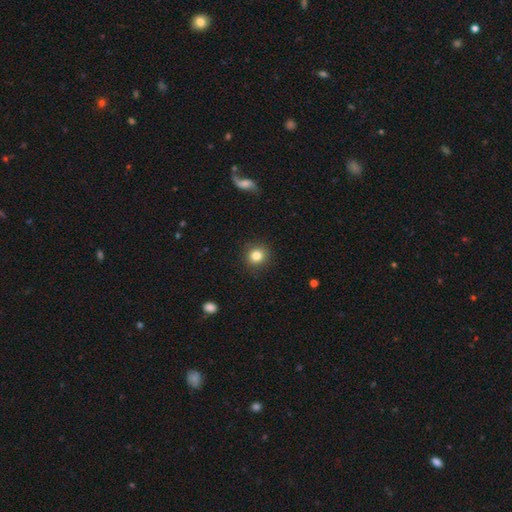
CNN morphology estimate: Smooth or featured?
  - smooth: 83% *
  - star or artifact: 11%
  - featured or disk: 6%
How rounded?
  - round: 89% *
  - in between: 10%
  - cigar-shaped: 1%
Merging?
  - none: 90% *
  - minor disturbance: 7%
  - major disturbance: 2%
  - merger: 1%